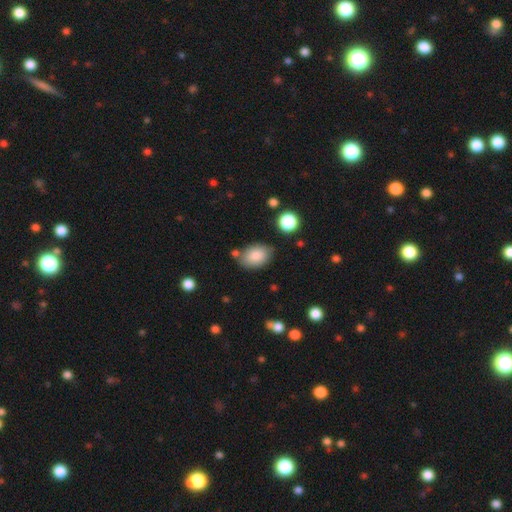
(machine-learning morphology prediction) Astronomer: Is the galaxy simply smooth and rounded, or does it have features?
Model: smooth — 84%.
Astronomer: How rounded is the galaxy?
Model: in between — 86%.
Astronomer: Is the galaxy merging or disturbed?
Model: none — 73%.